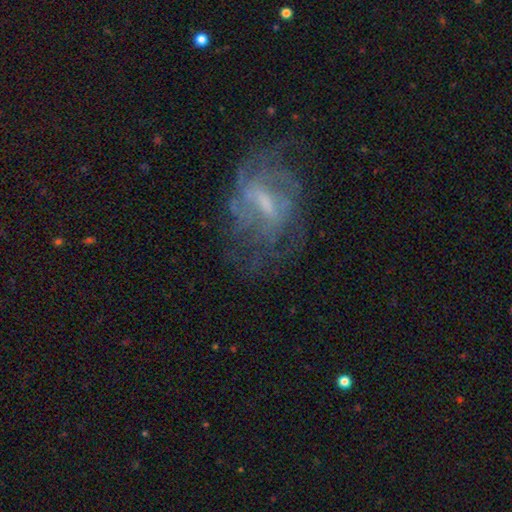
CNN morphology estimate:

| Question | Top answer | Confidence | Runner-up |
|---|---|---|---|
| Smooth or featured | featured or disk | 69% | smooth (17%) |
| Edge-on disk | no | 94% | yes (6%) |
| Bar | weak | 54% | strong (24%) |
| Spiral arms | yes | 70% | no (30%) |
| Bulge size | small | 41% | moderate (36%) |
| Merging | none | 60% | minor disturbance (20%) |